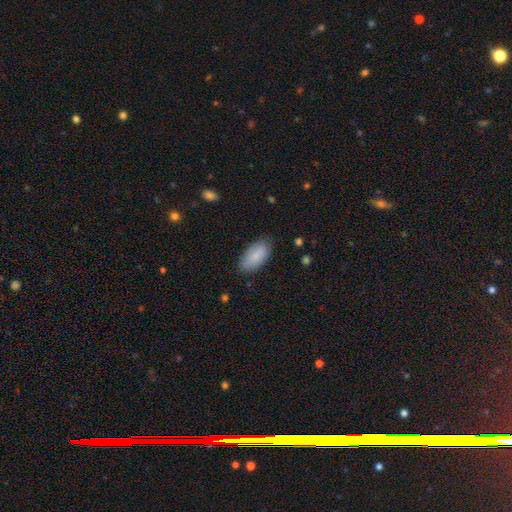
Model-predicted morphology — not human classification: Smooth or featured?
  - smooth: 84% *
  - featured or disk: 10%
  - star or artifact: 6%
How rounded?
  - in between: 93% *
  - cigar-shaped: 4%
  - round: 2%
Merging?
  - none: 80% *
  - minor disturbance: 16%
  - major disturbance: 3%
  - merger: 1%